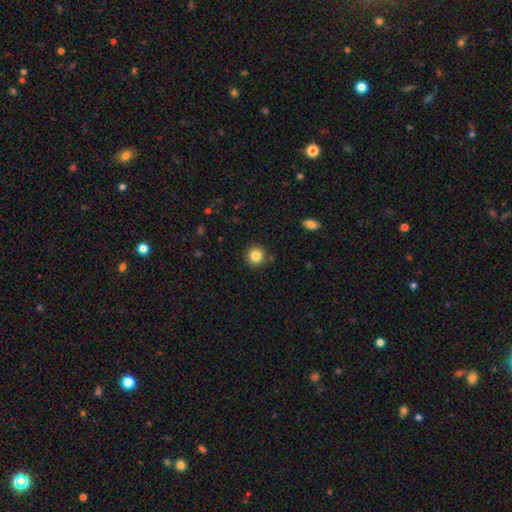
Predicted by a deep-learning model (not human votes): smooth_or_featured: smooth (p=0.84) [alt: star or artifact p=0.10]
how_rounded: round (p=0.94) [alt: in between p=0.05]
merging: none (p=0.90) [alt: minor disturbance p=0.07]